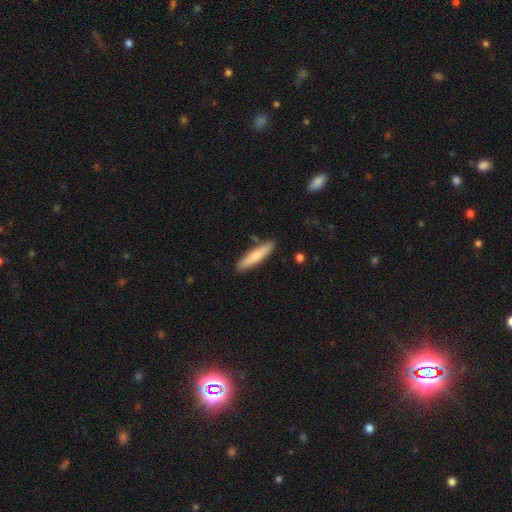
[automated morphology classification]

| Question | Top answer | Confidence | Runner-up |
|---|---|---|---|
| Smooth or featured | smooth | 67% | featured or disk (27%) |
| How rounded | cigar-shaped | 85% | in between (14%) |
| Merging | none | 86% | minor disturbance (9%) |